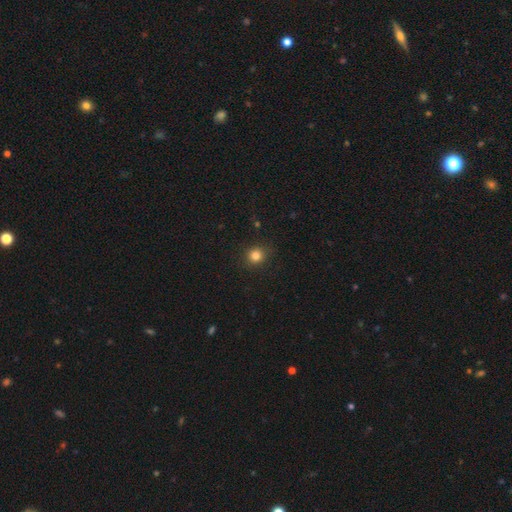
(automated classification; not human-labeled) A smooth galaxy with no disk features (82%) that is round (88%). Merging: none (89%).